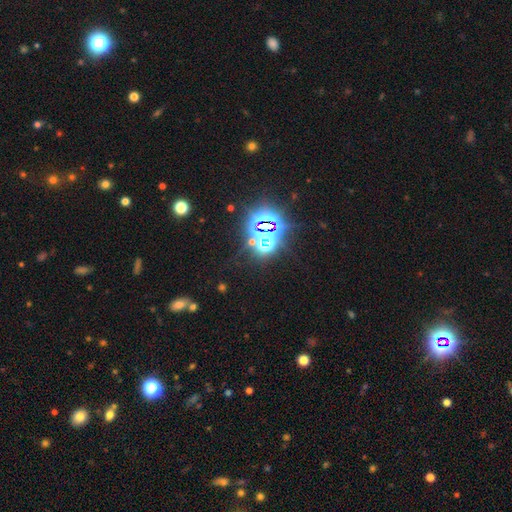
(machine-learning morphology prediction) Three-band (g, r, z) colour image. It shows a star or artifact, not a galaxy (78%).